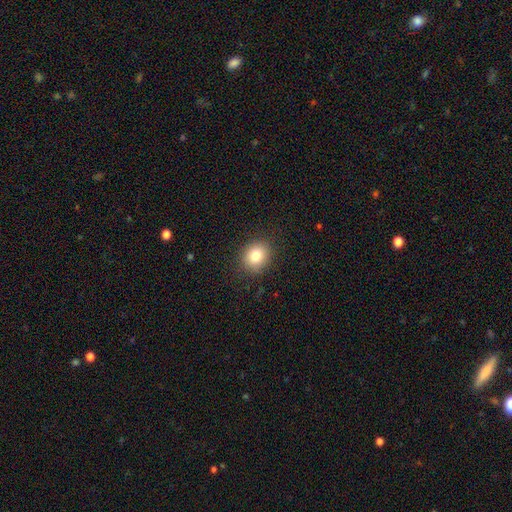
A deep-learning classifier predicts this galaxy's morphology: Smooth or featured? Predicted: smooth (p=0.82). How rounded? Predicted: round (p=0.66). Merging? Predicted: none (p=0.88).